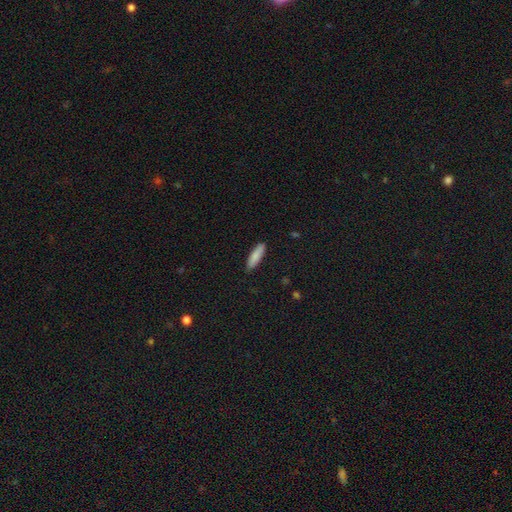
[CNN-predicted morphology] smooth_or_featured: smooth (p=0.85) [alt: featured or disk p=0.09]
how_rounded: cigar-shaped (p=0.64) [alt: in between p=0.35]
merging: none (p=0.87) [alt: minor disturbance p=0.10]